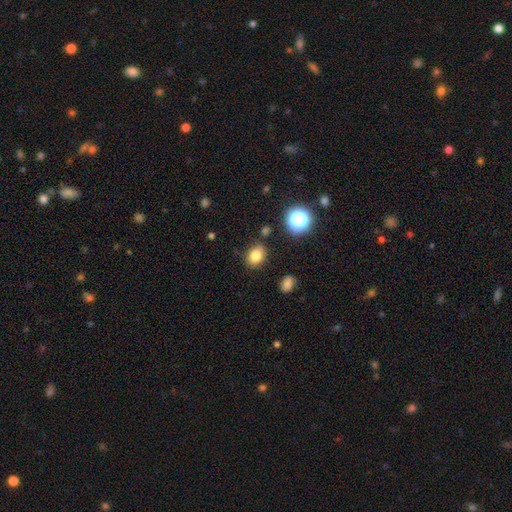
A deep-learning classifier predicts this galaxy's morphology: type=smooth (81%); roundness=in between (59%); merging=none (79%).